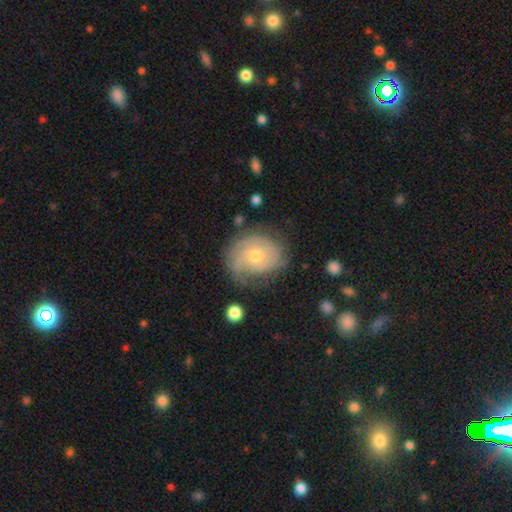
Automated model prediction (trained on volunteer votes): A featured or disk galaxy (79%) with no bar (76%), tight (63%) spiral arms (94%) and a moderate central bulge (51%). Merging: none (71%).